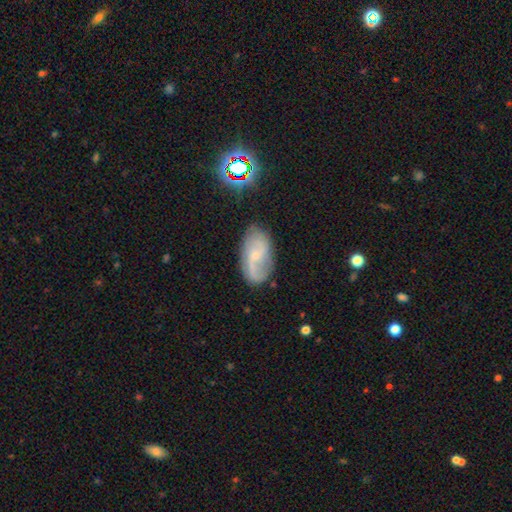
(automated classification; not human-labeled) This appears to be a featured or disk galaxy (63%) with no bar (50%), 2 (71%) loose (53%) spiral arms (88%) and a small central bulge (69%). Merging: none (69%).